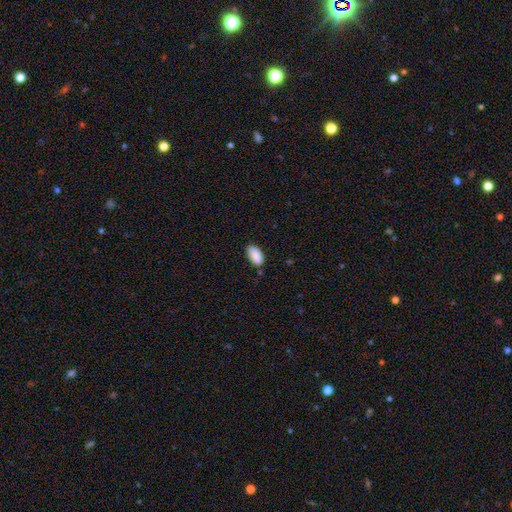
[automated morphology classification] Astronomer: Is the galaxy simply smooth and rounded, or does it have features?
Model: smooth — 90%.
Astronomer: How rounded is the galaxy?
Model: in between — 94%.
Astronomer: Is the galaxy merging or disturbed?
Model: none — 78%.